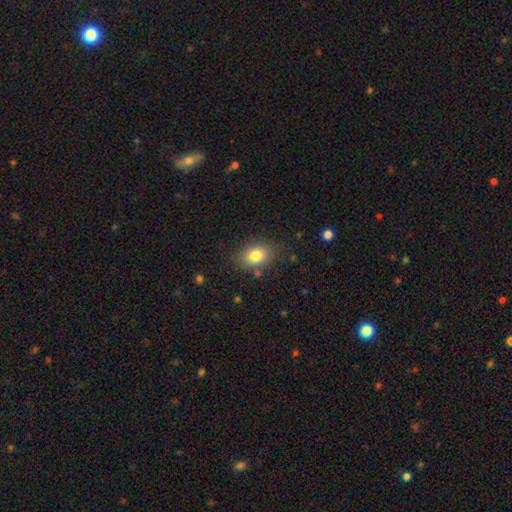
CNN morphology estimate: The model was most divided on "how rounded": in between: 76%, round: 23%, cigar-shaped: 1%. More confident: smooth or featured — smooth (81%); merging — none (80%).